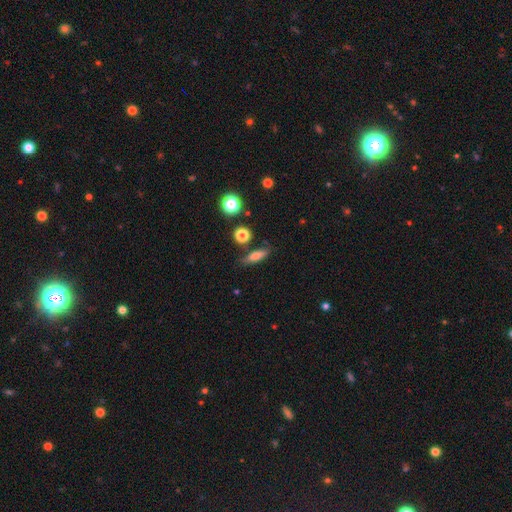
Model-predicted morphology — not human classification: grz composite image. It shows a smooth galaxy with no disk features (67%) that is cigar-shaped (50%). Merging: none (75%).